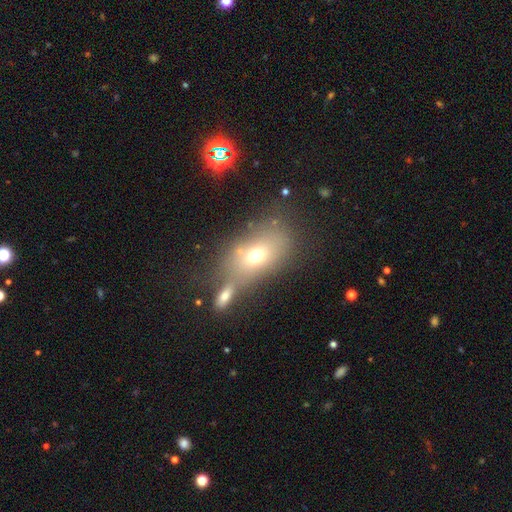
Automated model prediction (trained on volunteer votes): Smooth or featured? smooth (66%)
How rounded? in between (78%)
Merging? none (48%)